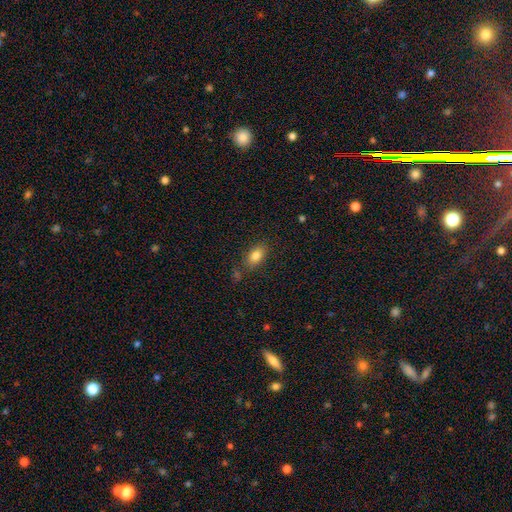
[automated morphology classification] Q: Smooth or featured?
A: smooth (83%); runner-up: star or artifact (9%)
Q: How rounded?
A: in between (87%); runner-up: round (10%)
Q: Merging?
A: none (77%); runner-up: minor disturbance (14%)